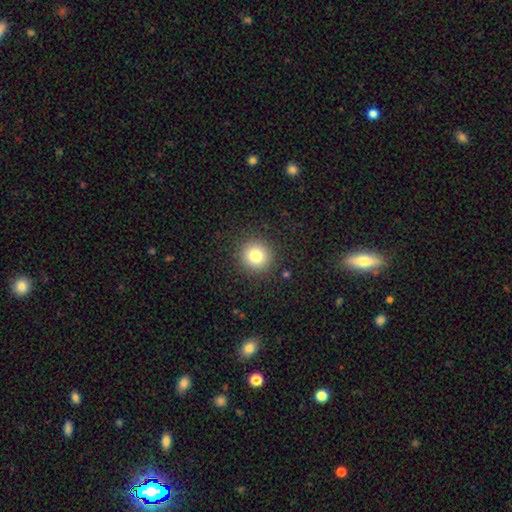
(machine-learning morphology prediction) Smooth or featured?
  - smooth: 79% *
  - star or artifact: 12%
  - featured or disk: 8%
How rounded?
  - round: 94% *
  - in between: 5%
  - cigar-shaped: 1%
Merging?
  - none: 90% *
  - minor disturbance: 6%
  - major disturbance: 2%
  - merger: 1%